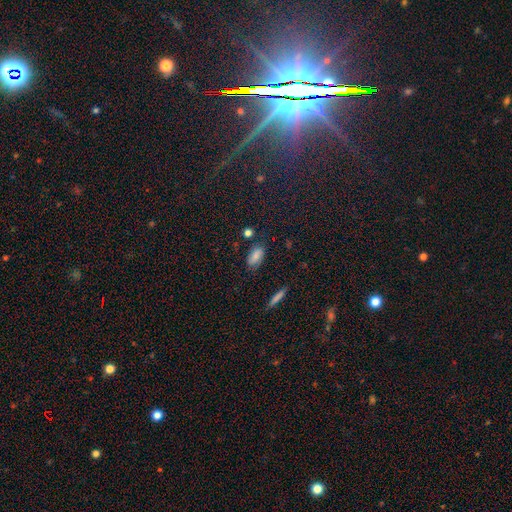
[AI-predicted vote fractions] Smooth or featured?
  - smooth: 76% *
  - featured or disk: 14%
  - star or artifact: 10%
How rounded?
  - in between: 90% *
  - cigar-shaped: 5%
  - round: 5%
Merging?
  - none: 74% *
  - minor disturbance: 18%
  - major disturbance: 4%
  - merger: 3%